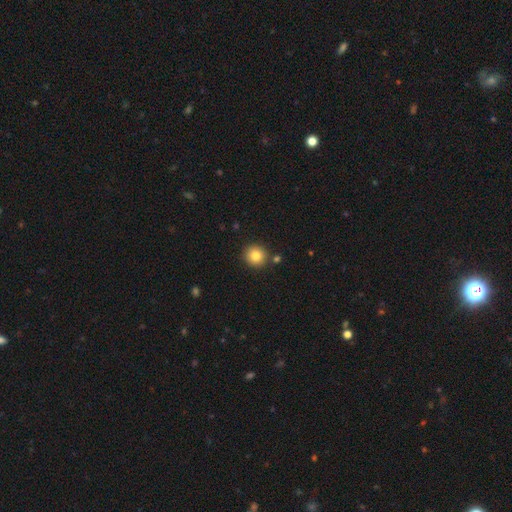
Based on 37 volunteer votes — smooth_or_featured: smooth (p=0.76) [alt: featured or disk p=0.19]
how_rounded: round (p=0.93) [alt: in between p=0.07]
merging: none (p=0.80) [alt: minor disturbance p=0.14]